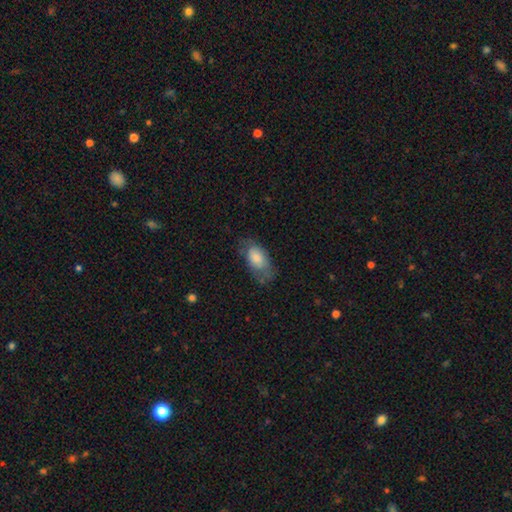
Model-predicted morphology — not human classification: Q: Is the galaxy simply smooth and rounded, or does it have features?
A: smooth — 71%.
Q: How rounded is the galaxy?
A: in between — 91%.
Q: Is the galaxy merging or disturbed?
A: none — 56%.